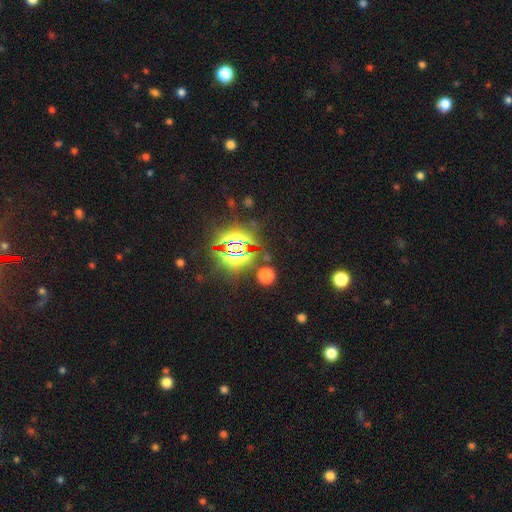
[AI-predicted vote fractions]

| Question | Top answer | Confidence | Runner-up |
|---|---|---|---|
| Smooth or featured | star or artifact | 82% | smooth (11%) |